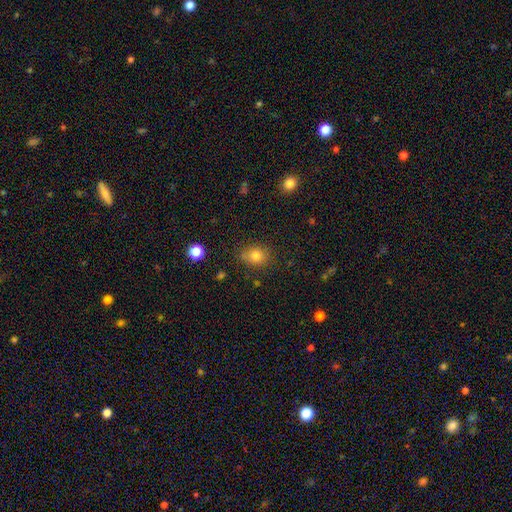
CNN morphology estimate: smooth-or-featured: smooth: 80% | star or artifact: 12% | featured or disk: 8%
  how-rounded: round: 61% | in between: 38% | cigar-shaped: 1%
  merging: none: 78% | minor disturbance: 16% | major disturbance: 4% | merger: 2%